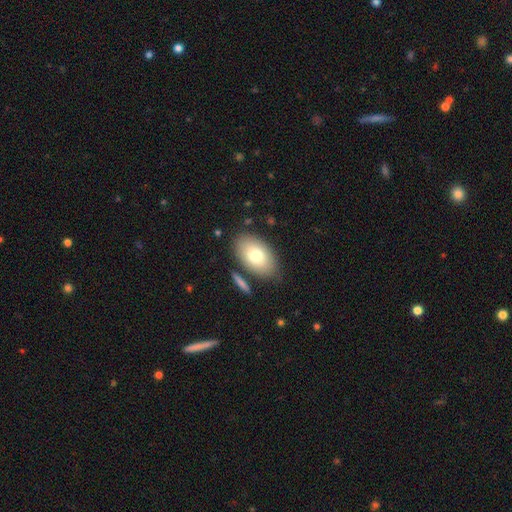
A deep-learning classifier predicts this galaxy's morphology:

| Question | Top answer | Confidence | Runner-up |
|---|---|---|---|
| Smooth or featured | smooth | 77% | featured or disk (16%) |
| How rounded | in between | 92% | round (7%) |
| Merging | none | 79% | minor disturbance (12%) |